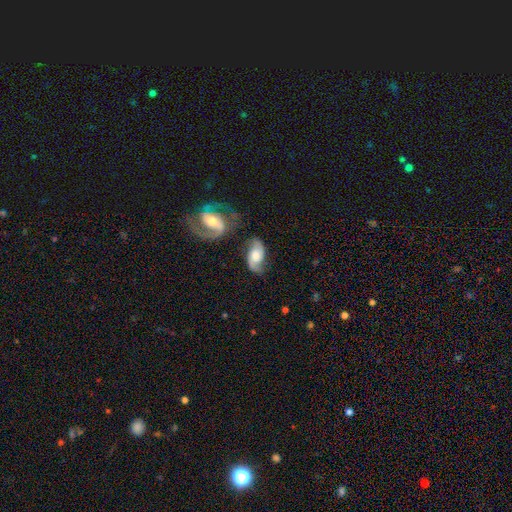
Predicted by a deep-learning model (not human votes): The model was most divided on "spiral winding": medium: 44%, loose: 40%, tight: 17%. More confident: edge-on disk — no (95%); spiral arms — yes (93%); spiral arm count — 2 (89%); smooth or featured — featured or disk (70%); merging — none (60%); bar — no (59%); bulge size — moderate (53%).